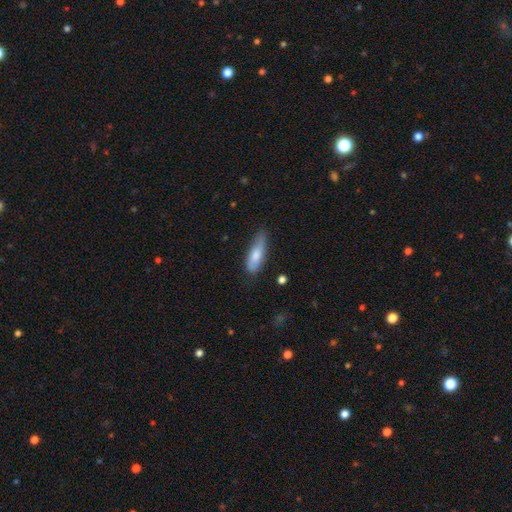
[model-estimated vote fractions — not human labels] The model was most divided on "how rounded": in between: 52%, cigar-shaped: 46%, round: 2%. More confident: smooth or featured — smooth (76%); merging — none (63%).